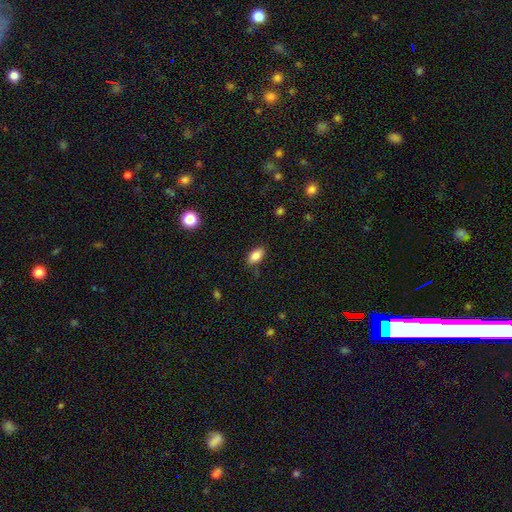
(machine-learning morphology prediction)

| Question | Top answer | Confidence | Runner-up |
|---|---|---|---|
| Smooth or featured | smooth | 85% | star or artifact (8%) |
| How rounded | in between | 91% | cigar-shaped (5%) |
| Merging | none | 85% | minor disturbance (11%) |